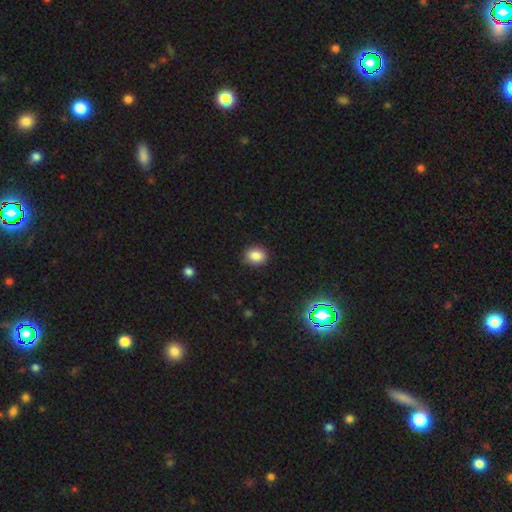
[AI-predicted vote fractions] smooth 85%, star or artifact 11%, featured or disk 5%. Down the decision tree: how rounded — round (54%); merging — none (87%).